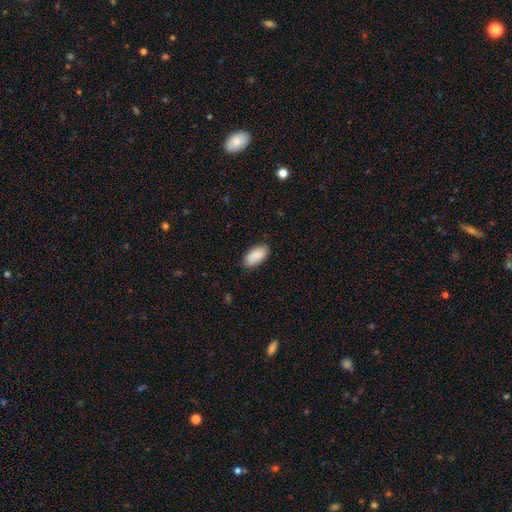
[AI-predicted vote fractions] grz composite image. It shows a smooth galaxy with no disk features (90%) that is in between round and cigar-shaped (93%). Merging: none (85%).